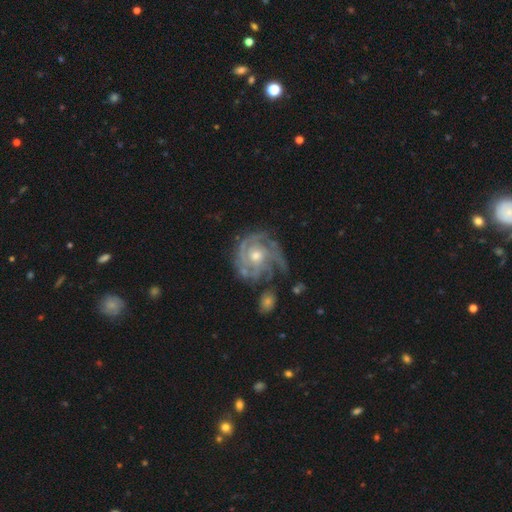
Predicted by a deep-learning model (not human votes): A featured or disk galaxy (89%) with no bar (76%), 3 (34%) tight (71%) spiral arms (96%) and a moderate central bulge (67%). Merging: none (61%).